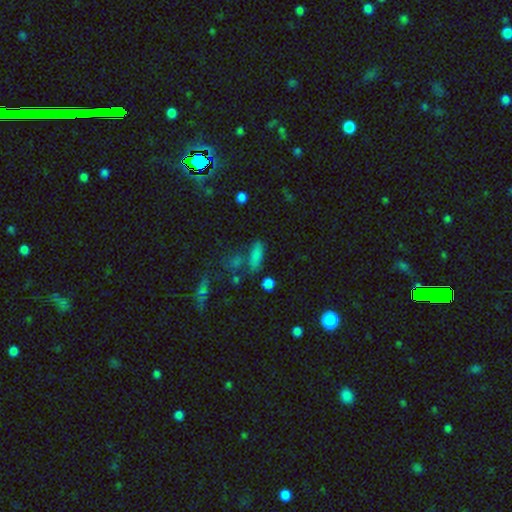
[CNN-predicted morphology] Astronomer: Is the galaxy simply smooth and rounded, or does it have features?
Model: smooth — 73%.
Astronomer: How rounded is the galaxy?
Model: in between — 51% (runner-up: cigar-shaped, 41%).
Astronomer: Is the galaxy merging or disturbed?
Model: none — 61%.